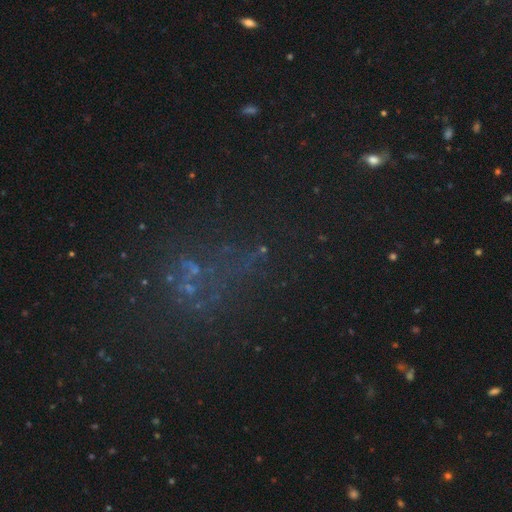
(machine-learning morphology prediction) star or artifact 55%, smooth 23%, featured or disk 23%.